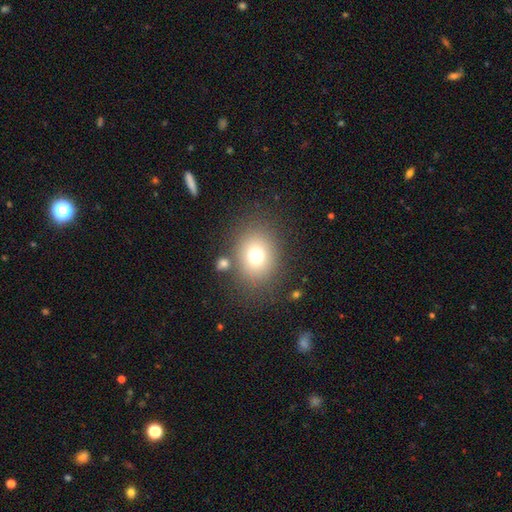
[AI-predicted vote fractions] Overall: smooth (73%). How rounded: round (56%; in between 43%). Merging: none (77%).